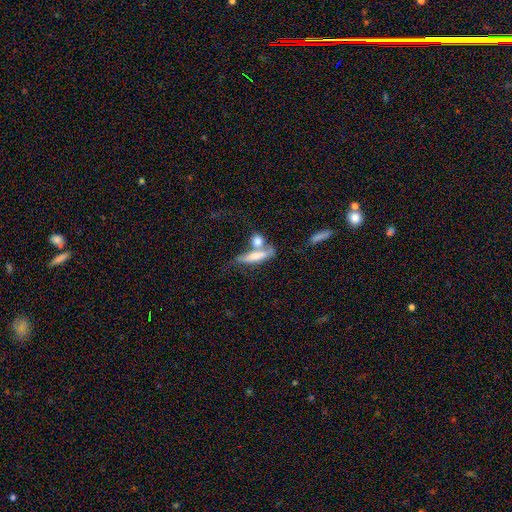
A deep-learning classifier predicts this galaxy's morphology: Smooth or featured: smooth — 60% (featured or disk — 32%)
How rounded: cigar-shaped — 62% (in between — 33%)
Merging: merger — 42% (none — 35%)